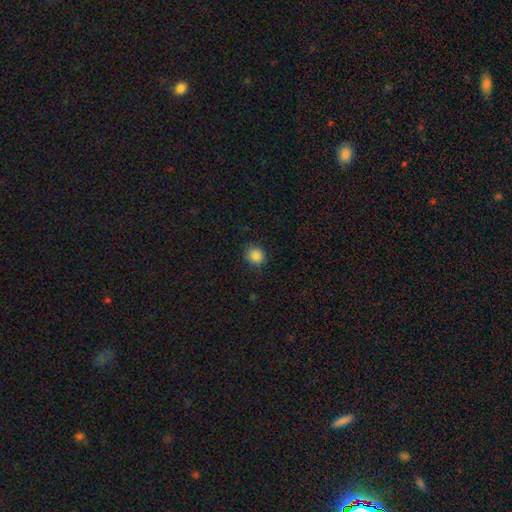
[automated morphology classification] type=smooth (86%); roundness=round (85%); merging=none (85%).